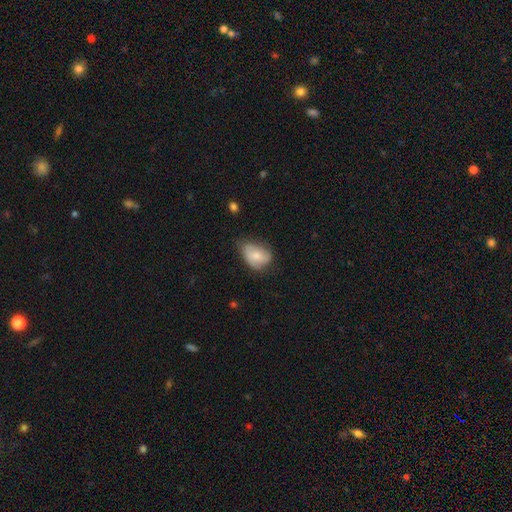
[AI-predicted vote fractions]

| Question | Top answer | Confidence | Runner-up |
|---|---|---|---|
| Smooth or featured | smooth | 71% | featured or disk (22%) |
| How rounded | in between | 80% | round (19%) |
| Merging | none | 43% | minor disturbance (42%) |